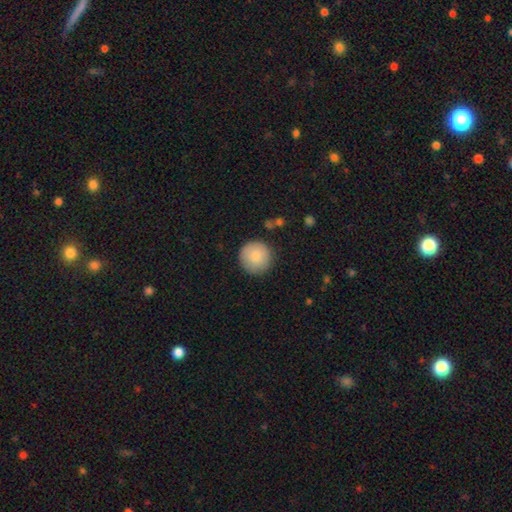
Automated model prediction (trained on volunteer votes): Smooth or featured: smooth — 84% (featured or disk — 9%)
How rounded: round — 96% (in between — 3%)
Merging: none — 87% (minor disturbance — 9%)